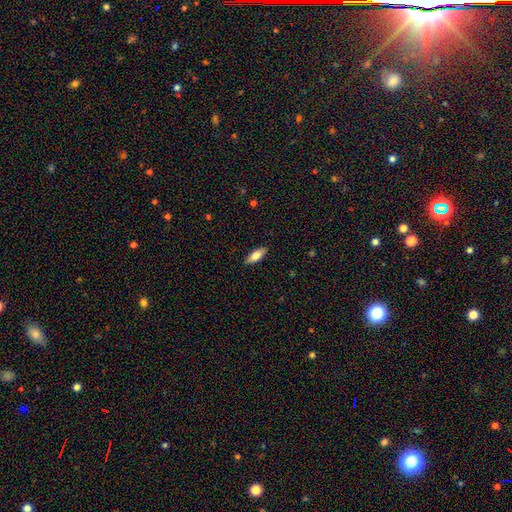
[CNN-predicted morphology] smooth_or_featured: smooth (p=0.72) [alt: featured or disk p=0.22]
how_rounded: in between (p=0.63) [alt: cigar-shaped p=0.35]
merging: none (p=0.89) [alt: minor disturbance p=0.09]